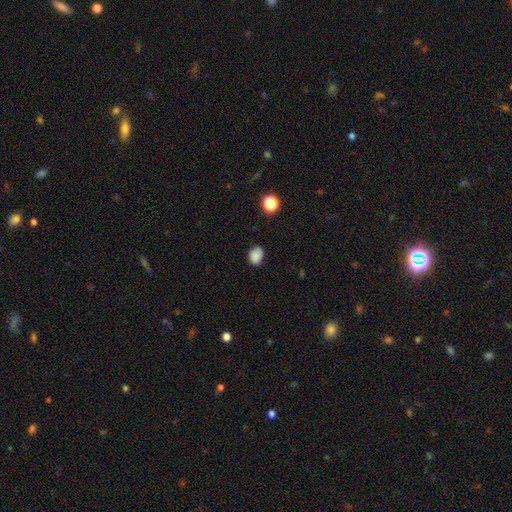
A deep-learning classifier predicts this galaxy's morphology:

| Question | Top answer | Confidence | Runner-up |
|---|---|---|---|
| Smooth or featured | smooth | 84% | star or artifact (10%) |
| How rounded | in between | 61% | round (38%) |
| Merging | none | 75% | minor disturbance (20%) |